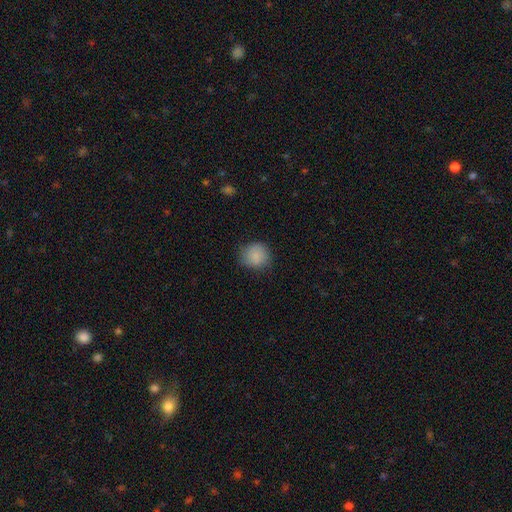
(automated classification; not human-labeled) Smooth or featured? Predicted: smooth (p=0.85). How rounded? Predicted: round (p=0.85). Merging? Predicted: none (p=0.75).